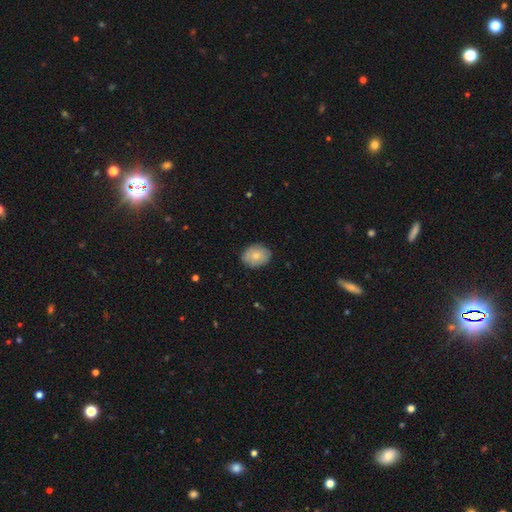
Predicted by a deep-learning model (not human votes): Q: Smooth or featured?
A: smooth (79%); runner-up: featured or disk (14%)
Q: How rounded?
A: in between (56%); runner-up: round (43%)
Q: Merging?
A: none (84%); runner-up: minor disturbance (12%)